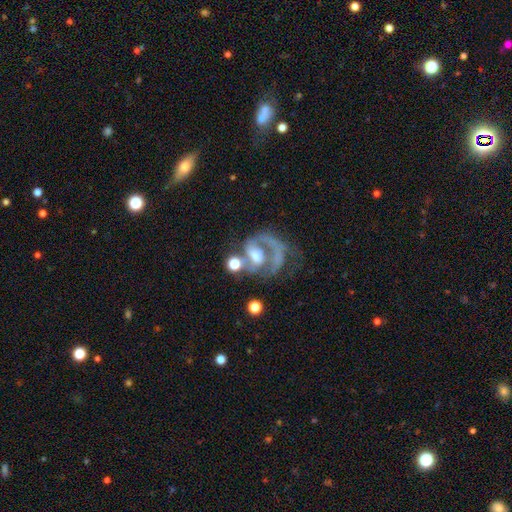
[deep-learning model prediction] A featured or disk galaxy (77%) with no bar (46%), 1 (61%) medium (43%) spiral arms (80%) and a moderate central bulge (44%).

Vote fractions:
- Smooth or featured? featured or disk: 77% / smooth: 14% / star or artifact: 10%
- Edge-on disk? no: 98% / yes: 2%
- Bar? no: 46% / weak: 38% / strong: 16%
- Spiral arms? yes: 80% / no: 20%
- Spiral winding? medium: 43% / tight: 30% / loose: 28%
- Spiral arm count? 1: 61% / 2: 24% / can't tell: 10% / 3: 3% / 4: 1% / more than 4: 1%
- Bulge size? moderate: 44% / small: 31% / none: 15% / large: 9% / dominant: 2%
- Merging? major disturbance: 35% / none: 31% / merger: 19% / minor disturbance: 15%